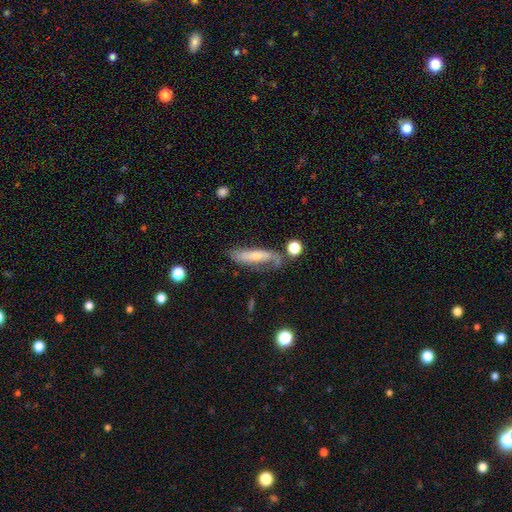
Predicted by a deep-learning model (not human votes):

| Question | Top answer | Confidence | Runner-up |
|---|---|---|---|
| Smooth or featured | featured or disk | 53% | smooth (40%) |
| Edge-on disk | no | 63% | yes (37%) |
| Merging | none | 50% | minor disturbance (26%) |